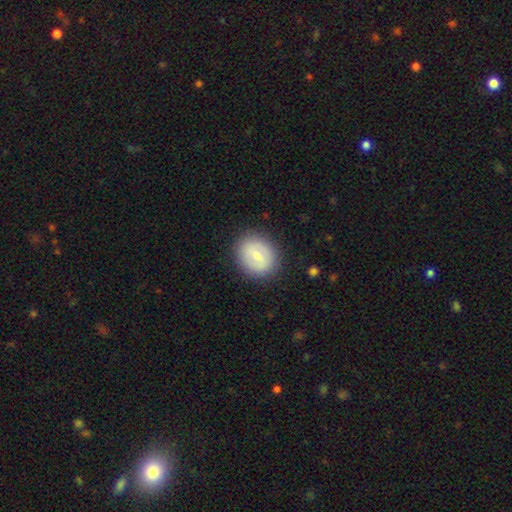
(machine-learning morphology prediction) Overall: smooth (64%; featured or disk 29%). How rounded: round (65%; in between 34%). Merging: none (86%).